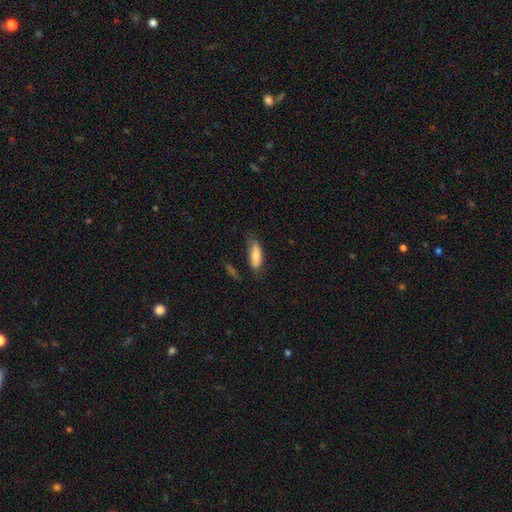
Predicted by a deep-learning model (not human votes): smooth 81%, featured or disk 13%, star or artifact 7%. Down the decision tree: how rounded — in between (65%); merging — none (64%).